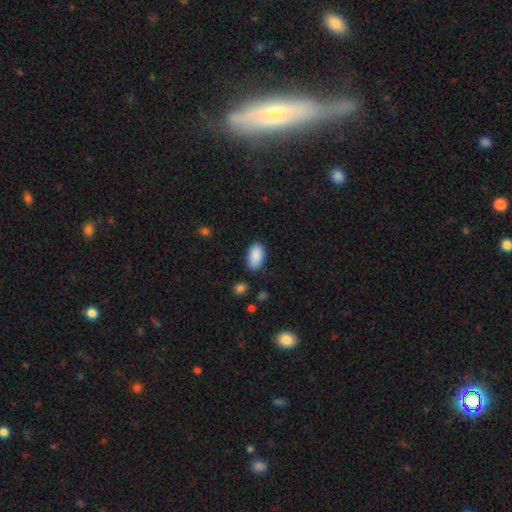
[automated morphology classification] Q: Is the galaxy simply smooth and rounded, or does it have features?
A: smooth — 90%.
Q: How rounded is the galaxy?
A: in between — 94%.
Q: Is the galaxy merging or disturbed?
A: none — 82%.